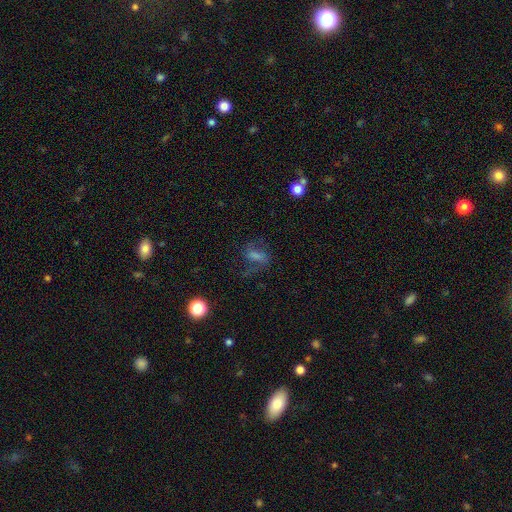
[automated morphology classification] This appears to be a smooth galaxy with no disk features (45%). Merging: none (53%).